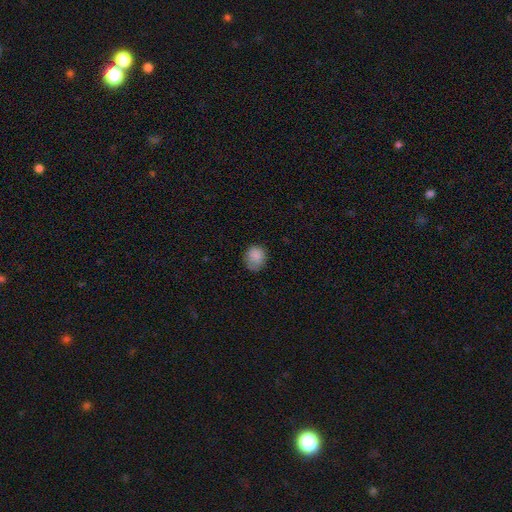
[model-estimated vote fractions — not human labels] smooth-or-featured: smooth: 86% | star or artifact: 9% | featured or disk: 5%
  how-rounded: round: 71% | in between: 28% | cigar-shaped: 1%
  merging: none: 70% | minor disturbance: 23% | major disturbance: 6% | merger: 1%